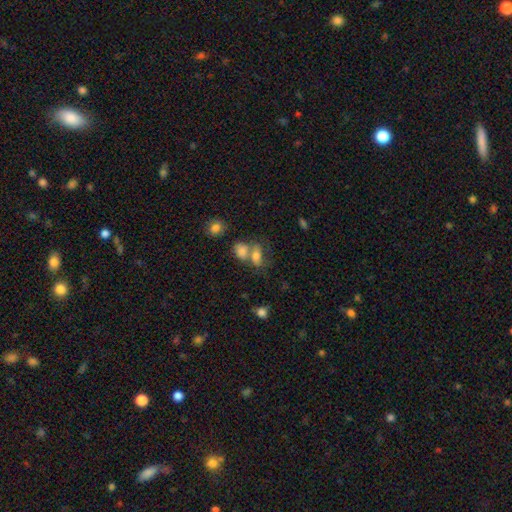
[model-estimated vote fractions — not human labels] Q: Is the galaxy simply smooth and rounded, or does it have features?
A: smooth — 51%.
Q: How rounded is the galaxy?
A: in between — 59%.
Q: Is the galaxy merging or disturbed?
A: none — 44%.